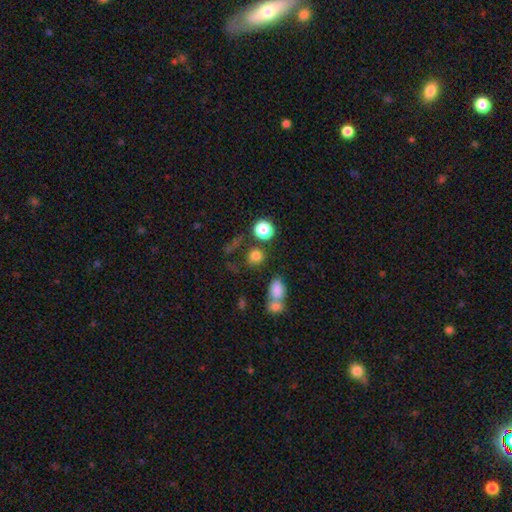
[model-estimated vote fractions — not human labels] This appears to be a smooth galaxy with no disk features (77%) that is round (76%). Merging: none (68%).